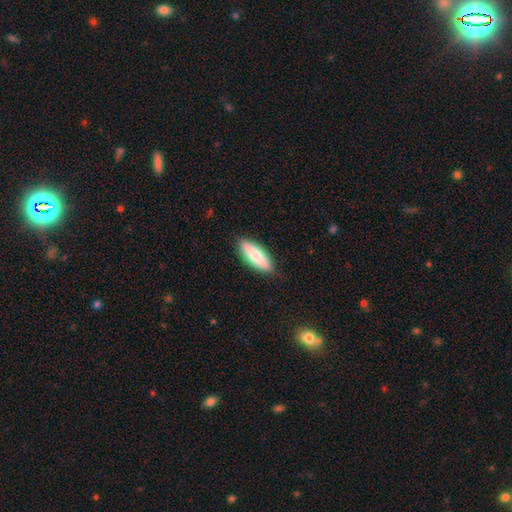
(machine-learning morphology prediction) Smooth or featured? smooth (76%)
How rounded? in between (65%)
Merging? none (87%)